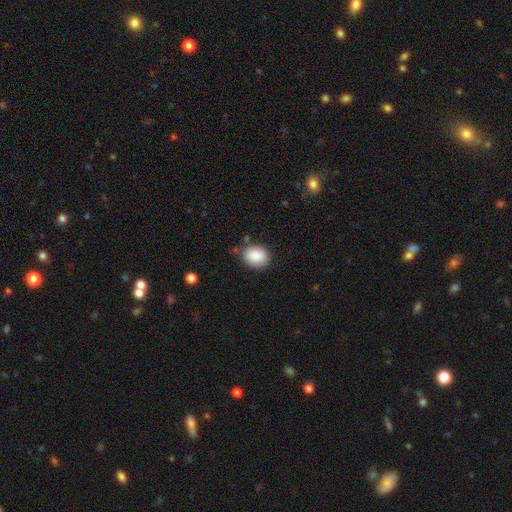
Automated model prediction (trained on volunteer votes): Smooth or featured?
  - smooth: 88% *
  - star or artifact: 7%
  - featured or disk: 5%
How rounded?
  - in between: 51% *
  - round: 48%
  - cigar-shaped: 1%
Merging?
  - none: 75% *
  - minor disturbance: 18%
  - major disturbance: 4%
  - merger: 3%